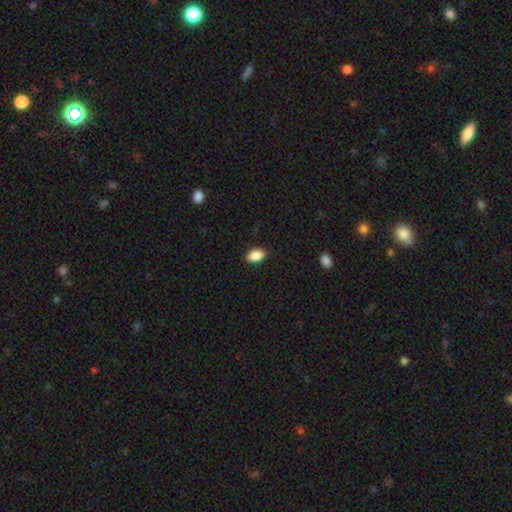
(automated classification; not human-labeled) smooth_or_featured: smooth (p=0.89) [alt: star or artifact p=0.07]
how_rounded: in between (p=0.91) [alt: round p=0.07]
merging: none (p=0.89) [alt: minor disturbance p=0.08]